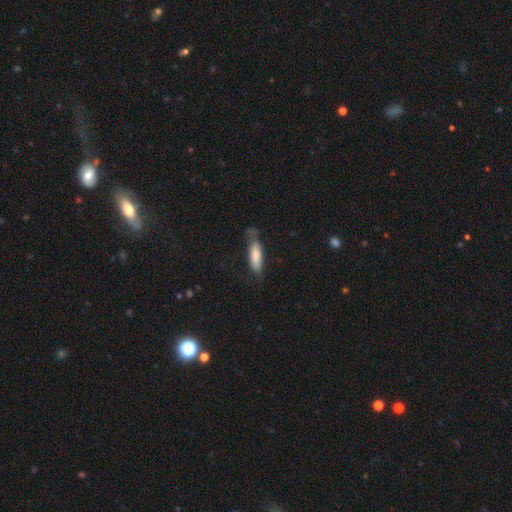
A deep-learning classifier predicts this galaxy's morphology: A smooth galaxy with no disk features (75%) that is cigar-shaped (54%).

Vote fractions:
- Smooth or featured? smooth: 75% / featured or disk: 19% / star or artifact: 6%
- How rounded? cigar-shaped: 54% / in between: 45% / round: 2%
- Merging? none: 53% / minor disturbance: 29% / major disturbance: 15% / merger: 3%